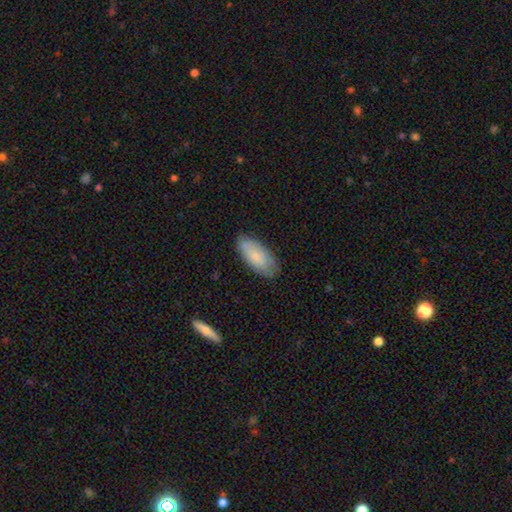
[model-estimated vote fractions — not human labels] Smooth or featured?
  - smooth: 76% *
  - featured or disk: 18%
  - star or artifact: 6%
How rounded?
  - in between: 88% *
  - cigar-shaped: 10%
  - round: 2%
Merging?
  - none: 76% *
  - minor disturbance: 19%
  - major disturbance: 4%
  - merger: 2%